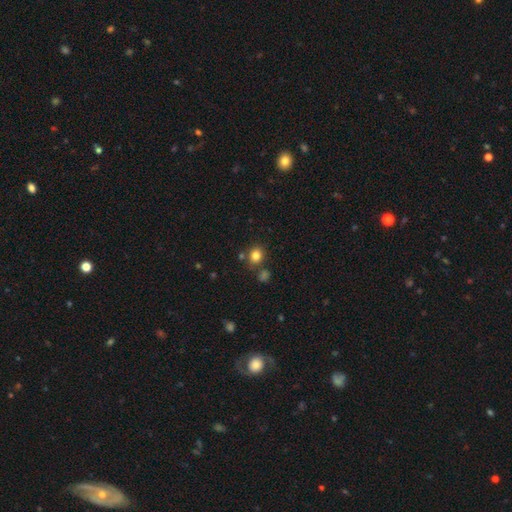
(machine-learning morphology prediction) type=smooth (81%); roundness=round (73%); merging=none (76%).